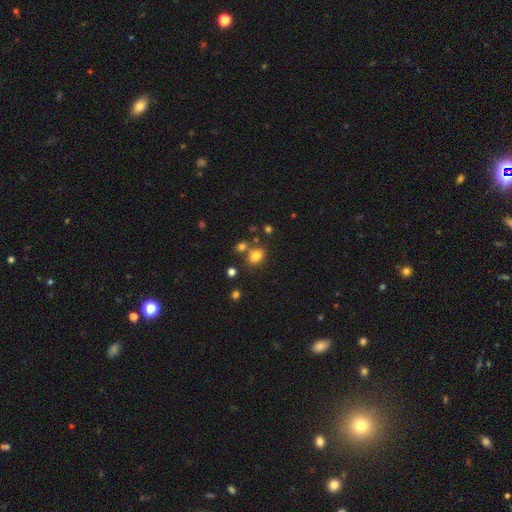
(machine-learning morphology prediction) smooth_or_featured: smooth (p=0.79) [alt: star or artifact p=0.13]
how_rounded: in between (p=0.59) [alt: round p=0.40]
merging: none (p=0.66) [alt: merger p=0.17]